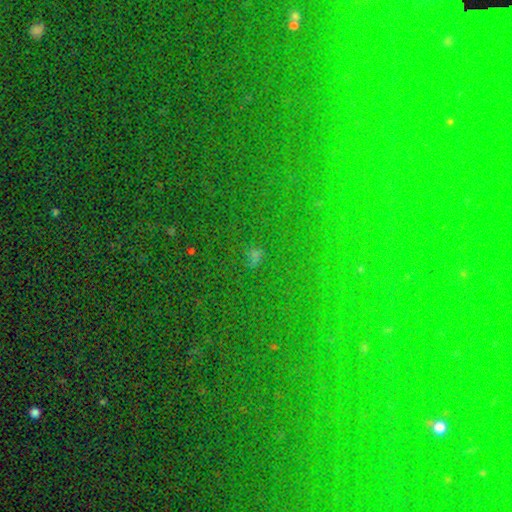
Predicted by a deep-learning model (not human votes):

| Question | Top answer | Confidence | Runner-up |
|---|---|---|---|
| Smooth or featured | star or artifact | 63% | smooth (29%) |